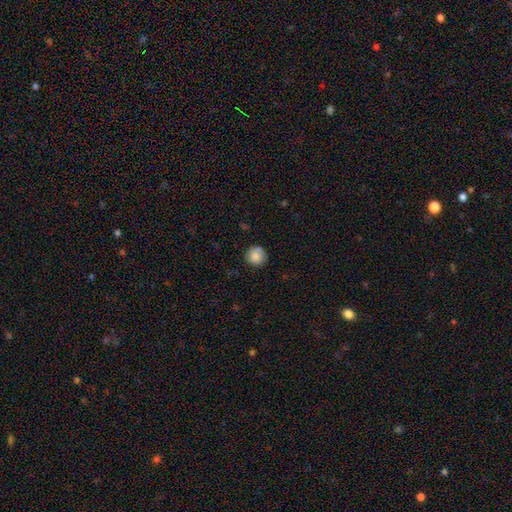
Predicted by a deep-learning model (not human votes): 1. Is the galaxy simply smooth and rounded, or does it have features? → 85% smooth, 9% star or artifact, 7% featured or disk.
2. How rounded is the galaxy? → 93% round, 6% in between, 1% cigar-shaped.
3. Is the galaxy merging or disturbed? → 84% none, 12% minor disturbance, 3% major disturbance, 2% merger.